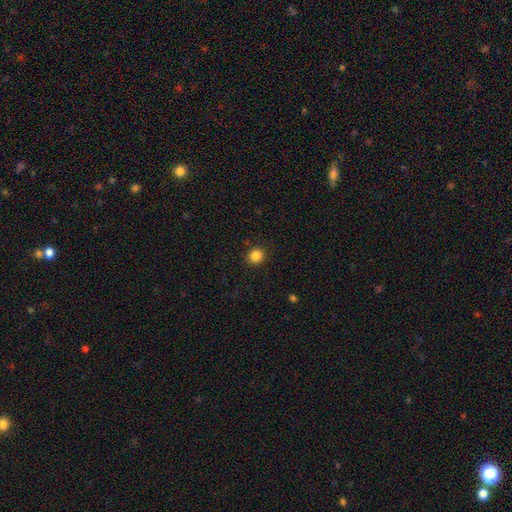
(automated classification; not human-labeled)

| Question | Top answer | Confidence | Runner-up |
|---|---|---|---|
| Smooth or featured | smooth | 85% | star or artifact (11%) |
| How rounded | round | 90% | in between (9%) |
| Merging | none | 91% | minor disturbance (6%) |